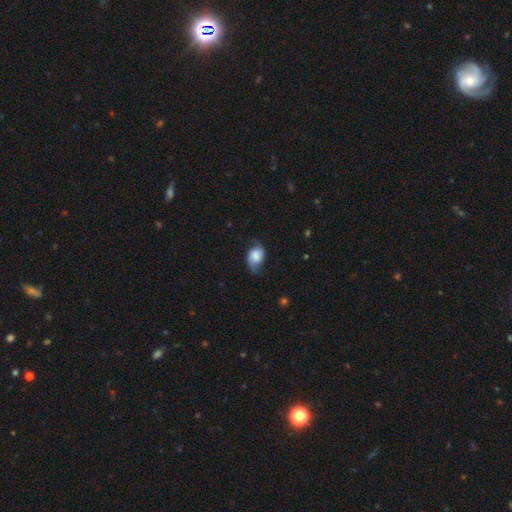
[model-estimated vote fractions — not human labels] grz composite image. It shows a smooth galaxy with no disk features (49%). Merging: none (53%).